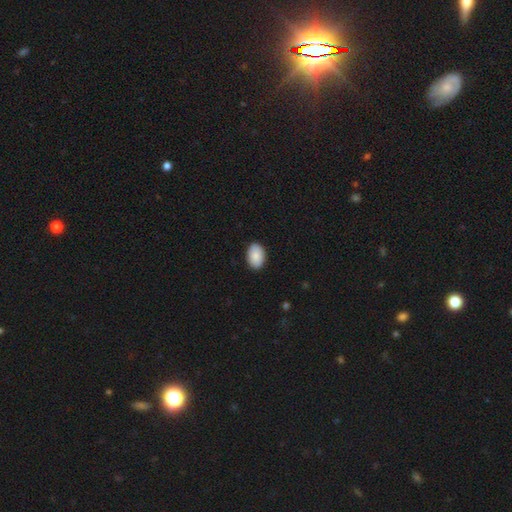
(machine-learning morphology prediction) Q: Smooth or featured?
A: smooth (90%); runner-up: star or artifact (6%)
Q: How rounded?
A: in between (88%); runner-up: round (11%)
Q: Merging?
A: none (90%); runner-up: minor disturbance (8%)